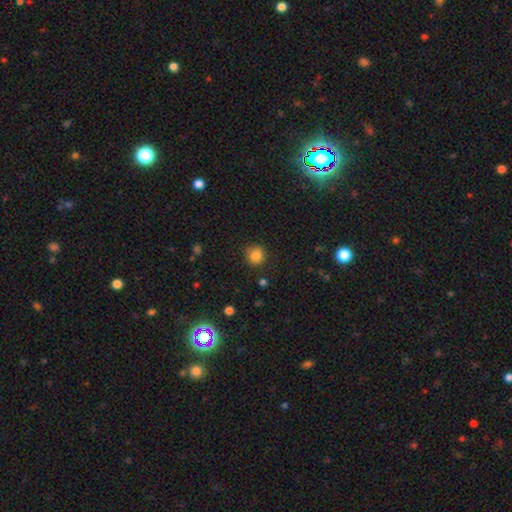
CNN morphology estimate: smooth 84%, star or artifact 11%, featured or disk 5%. Down the decision tree: how rounded — round (88%); merging — none (86%).